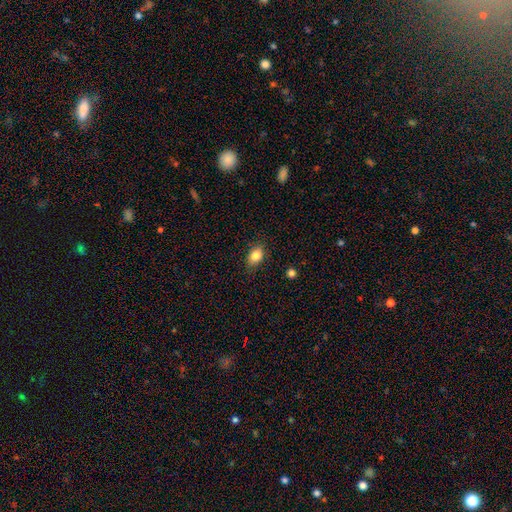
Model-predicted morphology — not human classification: The model was most divided on "how rounded": in between: 79%, round: 19%, cigar-shaped: 2%. More confident: merging — none (84%); smooth or featured — smooth (84%).